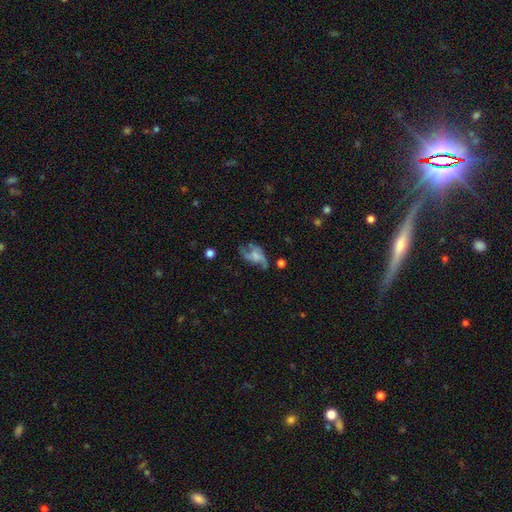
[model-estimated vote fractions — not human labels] featured or disk 68%, smooth 22%, star or artifact 10%. Down the decision tree: edge-on disk — no (96%); bar — no (60%); spiral arms — yes (84%); spiral arm count — 2 (50%); spiral winding — loose (60%); bulge size — none (39%); merging — none (46%).